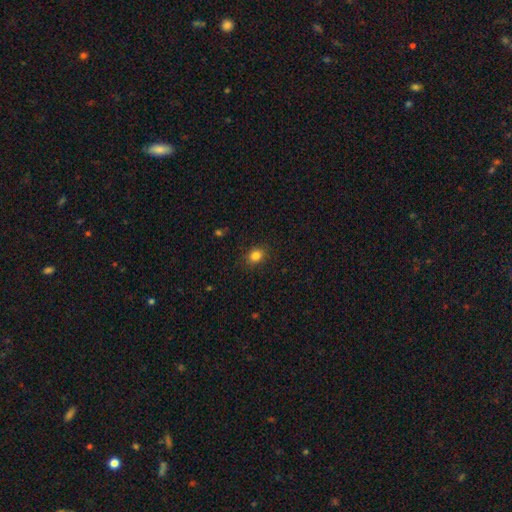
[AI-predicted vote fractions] A smooth galaxy with no disk features (84%) that is in between round and cigar-shaped (51%).

Vote fractions:
- Smooth or featured? smooth: 84% / star or artifact: 11% / featured or disk: 5%
- How rounded? in between: 51% / round: 48% / cigar-shaped: 1%
- Merging? none: 87% / minor disturbance: 10% / major disturbance: 3% / merger: 1%